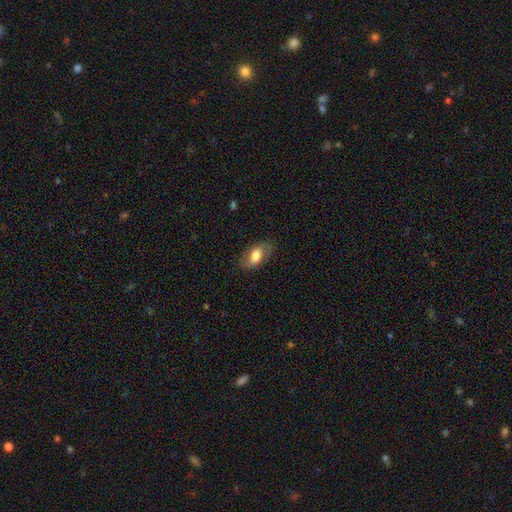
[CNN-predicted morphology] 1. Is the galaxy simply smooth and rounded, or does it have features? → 65% smooth, 28% featured or disk, 7% star or artifact.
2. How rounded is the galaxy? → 90% in between, 7% round, 3% cigar-shaped.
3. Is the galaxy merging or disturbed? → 77% none, 16% minor disturbance, 6% major disturbance, 1% merger.